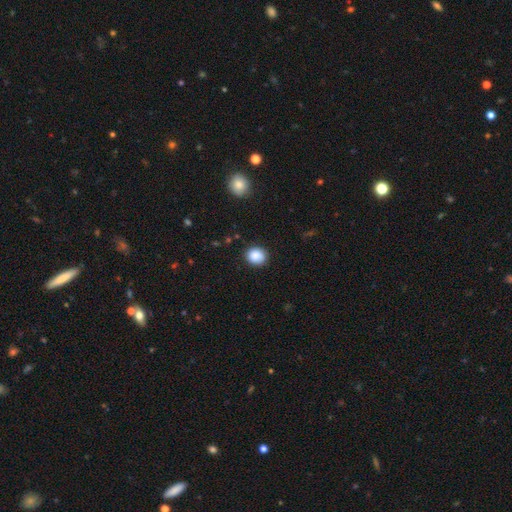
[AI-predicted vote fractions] smooth 87%, star or artifact 9%, featured or disk 4%. Down the decision tree: how rounded — round (77%); merging — none (86%).